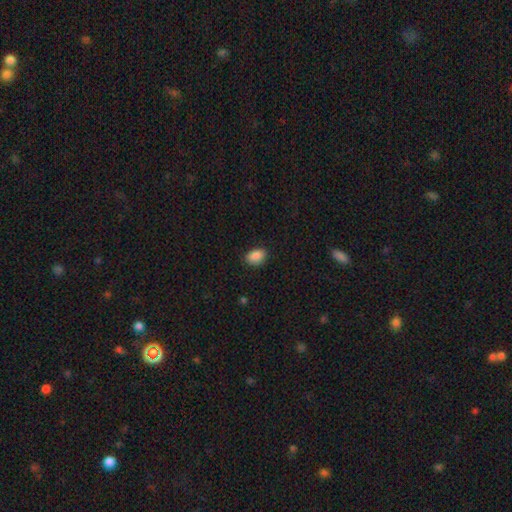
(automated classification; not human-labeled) Smooth or featured?
  - smooth: 88% *
  - star or artifact: 8%
  - featured or disk: 4%
How rounded?
  - in between: 83% *
  - round: 15%
  - cigar-shaped: 1%
Merging?
  - none: 85% *
  - minor disturbance: 12%
  - major disturbance: 2%
  - merger: 1%